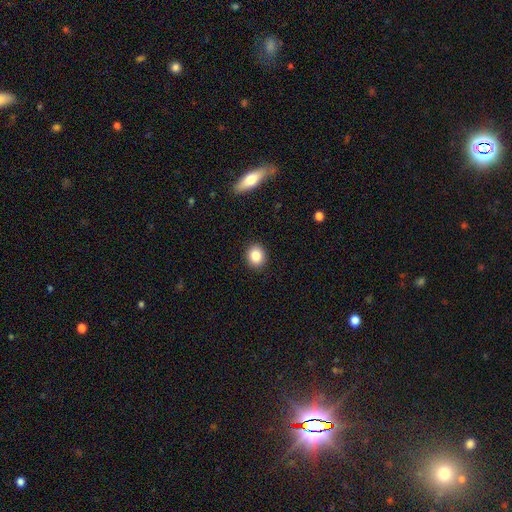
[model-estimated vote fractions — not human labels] Smooth or featured: smooth — 84% (star or artifact — 9%)
How rounded: round — 68% (in between — 31%)
Merging: none — 90% (minor disturbance — 7%)